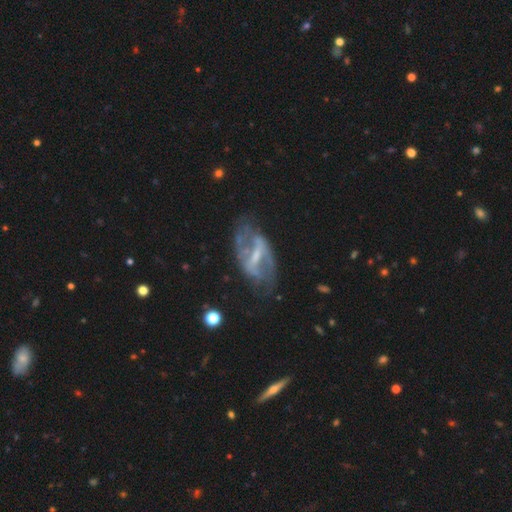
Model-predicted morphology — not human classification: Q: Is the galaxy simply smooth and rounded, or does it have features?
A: featured or disk — 81%.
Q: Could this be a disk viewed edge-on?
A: no — 93%.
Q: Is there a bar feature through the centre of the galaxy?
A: strong — 51%.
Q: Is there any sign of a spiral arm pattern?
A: yes — 77%.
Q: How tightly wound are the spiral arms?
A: medium — 44%.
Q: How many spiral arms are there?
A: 2 — 75%.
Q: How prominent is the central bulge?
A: small — 42%.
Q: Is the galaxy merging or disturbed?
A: none — 60%.